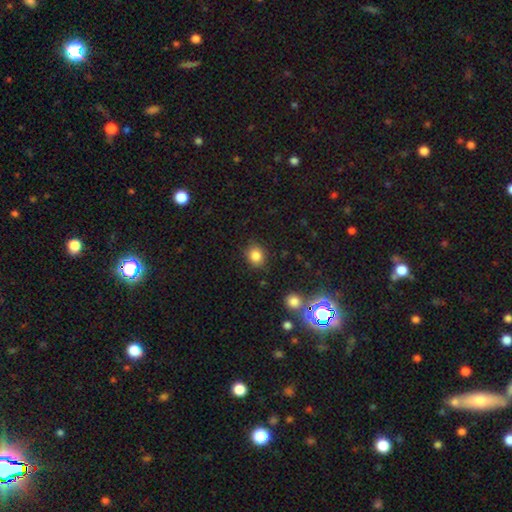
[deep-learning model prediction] Smooth or featured? smooth (83%)
How rounded? round (64%)
Merging? none (86%)